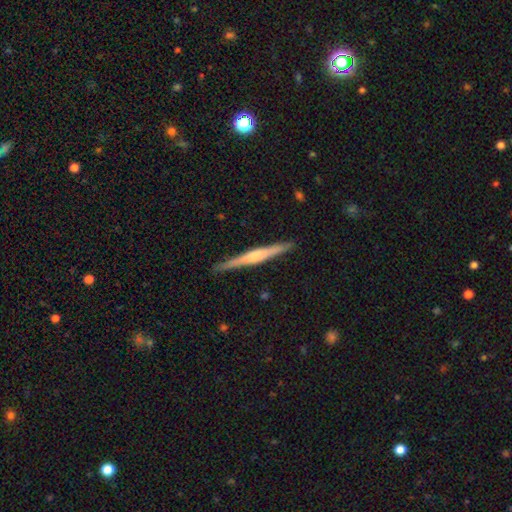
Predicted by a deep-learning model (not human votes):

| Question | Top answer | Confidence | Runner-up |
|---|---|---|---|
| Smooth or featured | featured or disk | 68% | smooth (26%) |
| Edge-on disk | yes | 98% | no (2%) |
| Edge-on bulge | rounded | 61% | boxy (21%) |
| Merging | none | 91% | minor disturbance (7%) |